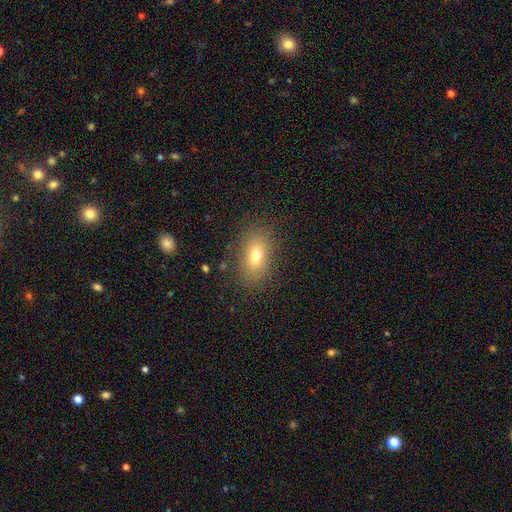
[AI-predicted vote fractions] Smooth or featured: smooth — 74% (featured or disk — 15%)
How rounded: in between — 84% (round — 12%)
Merging: none — 85% (minor disturbance — 10%)